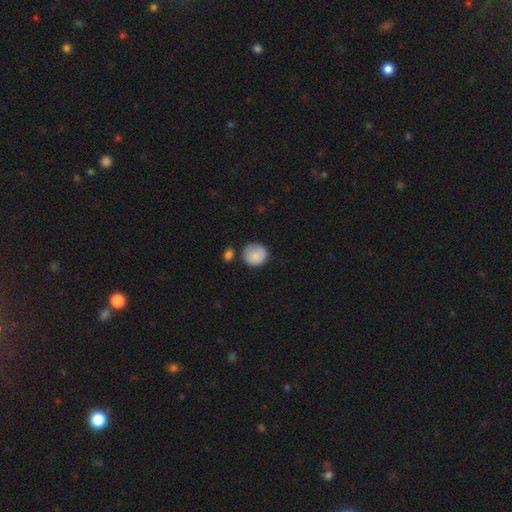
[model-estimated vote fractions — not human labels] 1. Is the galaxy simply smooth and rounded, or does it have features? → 85% smooth, 8% featured or disk, 7% star or artifact.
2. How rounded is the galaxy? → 89% round, 10% in between, 1% cigar-shaped.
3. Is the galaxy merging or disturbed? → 69% none, 20% minor disturbance, 7% merger, 4% major disturbance.